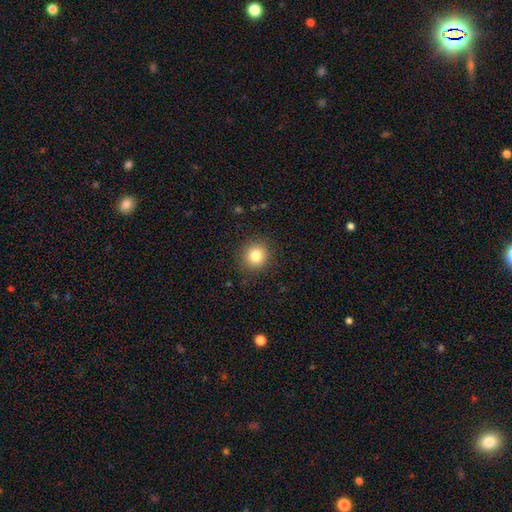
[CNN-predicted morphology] This is clearly a smooth galaxy (82%). How rounded: clearly round (92%). Merging: clearly none (90%).